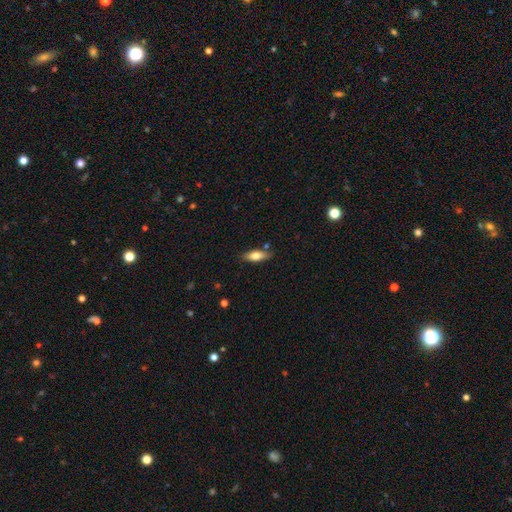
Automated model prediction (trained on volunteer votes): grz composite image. It shows a smooth galaxy with no disk features (70%) that is in between round and cigar-shaped (68%). Merging: none (78%).